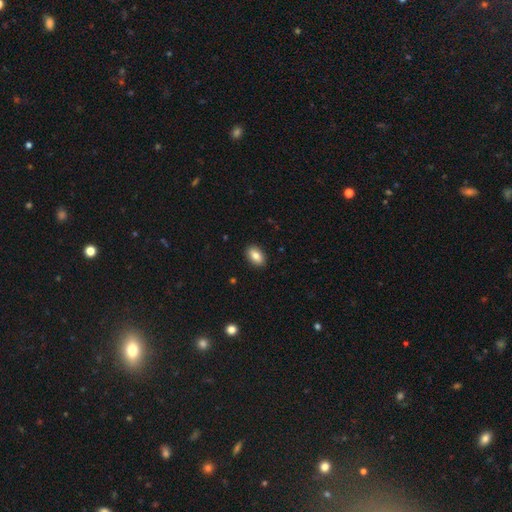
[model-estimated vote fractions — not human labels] Overall: smooth (83%). How rounded: in between (90%). Merging: none (90%).